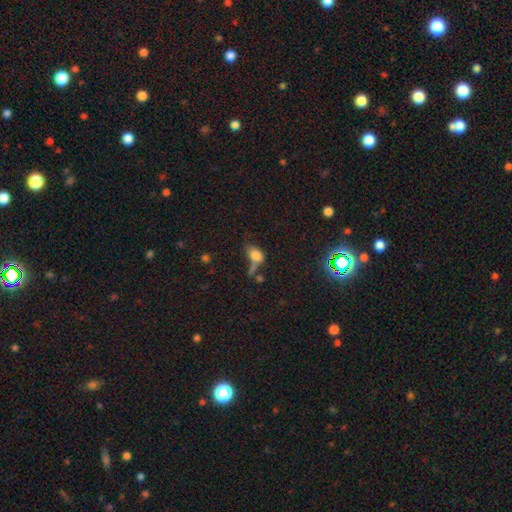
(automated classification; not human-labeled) This appears to be a smooth galaxy with no disk features (72%) that is in between round and cigar-shaped (83%). Merging: none (29%, tied with merger).